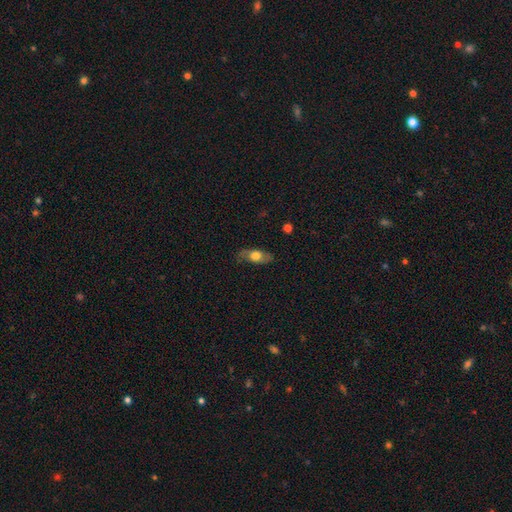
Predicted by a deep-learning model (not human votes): Smooth or featured? Predicted: smooth (p=0.58). How rounded? Predicted: in between (p=0.77). Merging? Predicted: none (p=0.75).